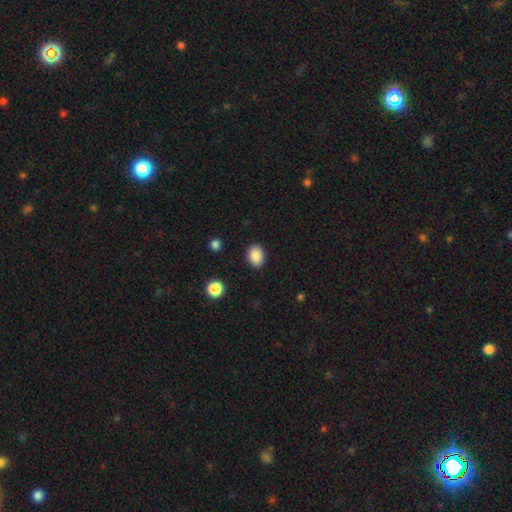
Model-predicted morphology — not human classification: Q: Smooth or featured?
A: smooth (88%); runner-up: star or artifact (9%)
Q: How rounded?
A: in between (64%); runner-up: round (35%)
Q: Merging?
A: none (89%); runner-up: minor disturbance (8%)